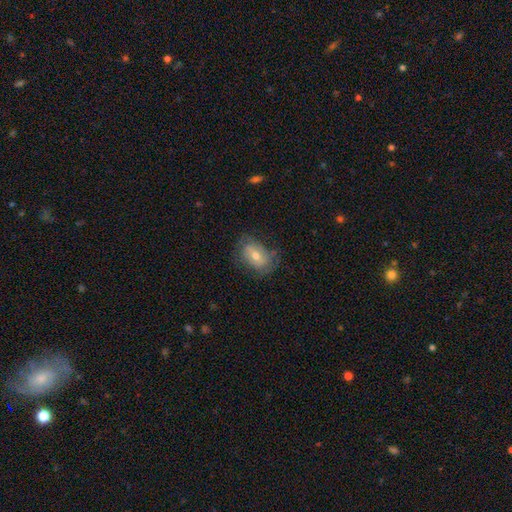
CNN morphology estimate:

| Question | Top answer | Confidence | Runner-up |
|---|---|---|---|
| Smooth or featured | smooth | 55% | featured or disk (37%) |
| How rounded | in between | 77% | round (22%) |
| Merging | none | 61% | minor disturbance (26%) |